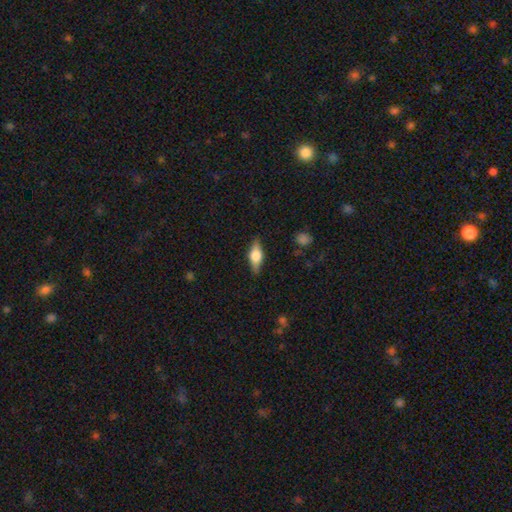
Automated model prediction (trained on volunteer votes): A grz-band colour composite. It shows a featured or disk galaxy (49%). Merging: none (86%).